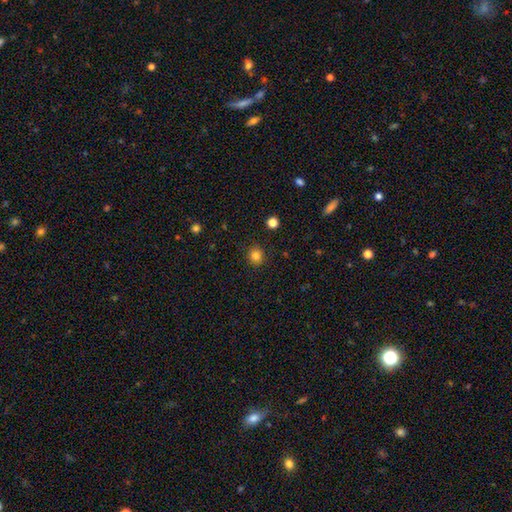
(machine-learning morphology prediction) This is clearly a smooth galaxy (83%). How rounded: clearly round (90%). Merging: clearly none (90%).